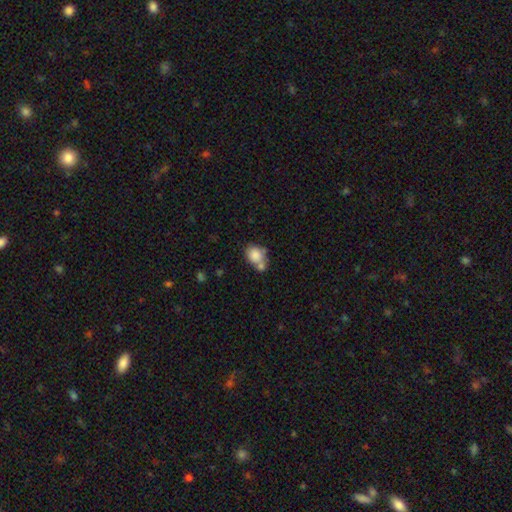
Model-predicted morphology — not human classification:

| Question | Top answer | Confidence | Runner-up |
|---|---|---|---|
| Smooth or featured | smooth | 81% | featured or disk (10%) |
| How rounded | in between | 55% | round (43%) |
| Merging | merger | 41% | none (40%) |